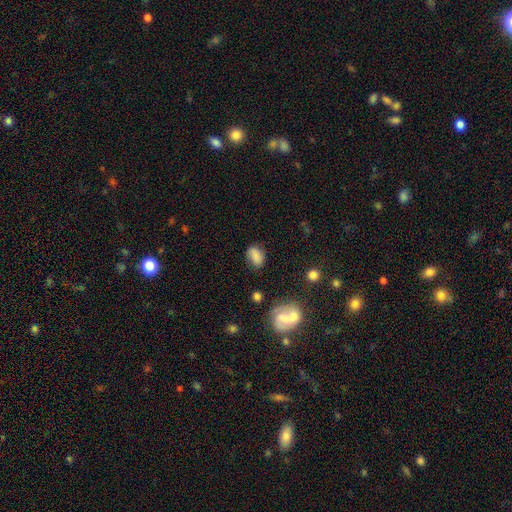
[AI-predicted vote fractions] This is likely a smooth galaxy (78%). How rounded: clearly in between (82%). Merging: likely none (65%).